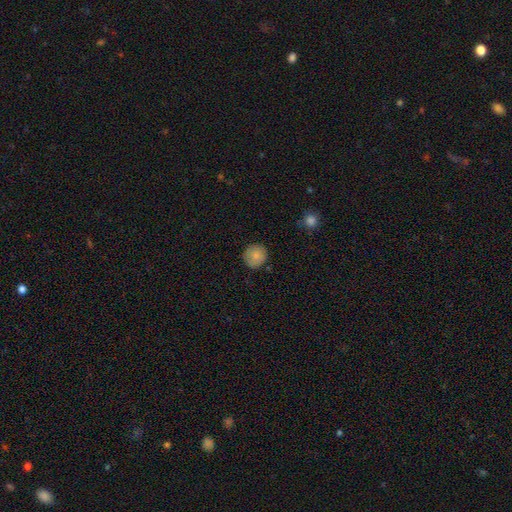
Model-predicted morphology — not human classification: The model was most divided on "merging": none: 86%, minor disturbance: 10%, major disturbance: 2%, merger: 1%. More confident: how rounded — round (92%); smooth or featured — smooth (84%).